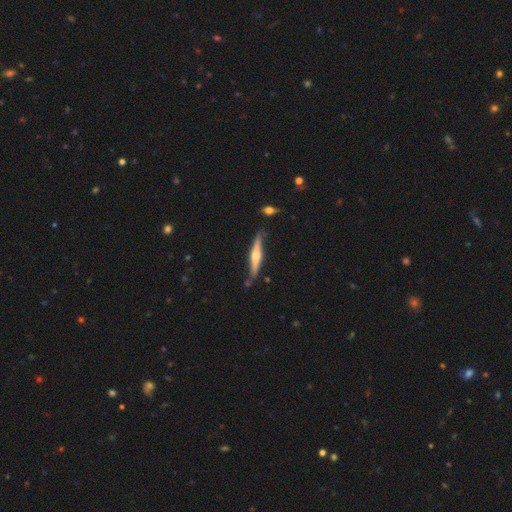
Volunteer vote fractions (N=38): featured or disk 63%, smooth 29%, star or artifact 8%. Down the decision tree: edge-on disk — yes (100%); edge-on bulge — rounded (92%); merging — none (83%).